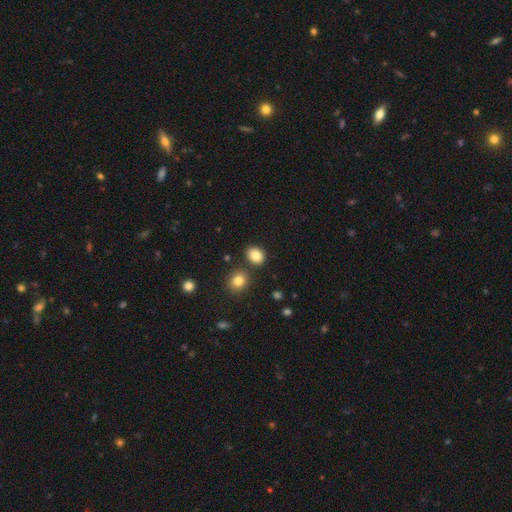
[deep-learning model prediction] A smooth galaxy with no disk features (86%) that is round (50%). Merging: none (80%).